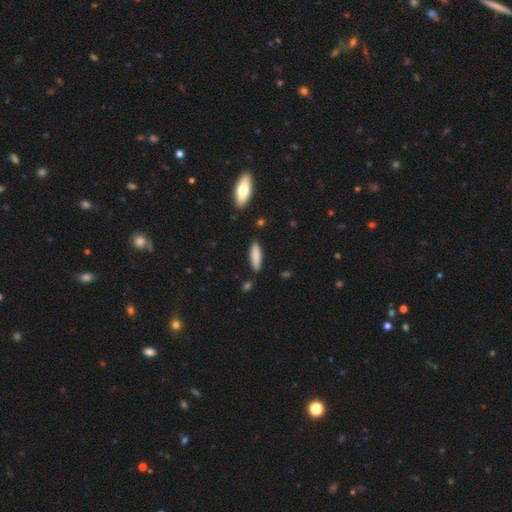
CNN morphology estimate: smooth 83%, featured or disk 11%, star or artifact 6%. Down the decision tree: how rounded — cigar-shaped (56%); merging — none (85%).